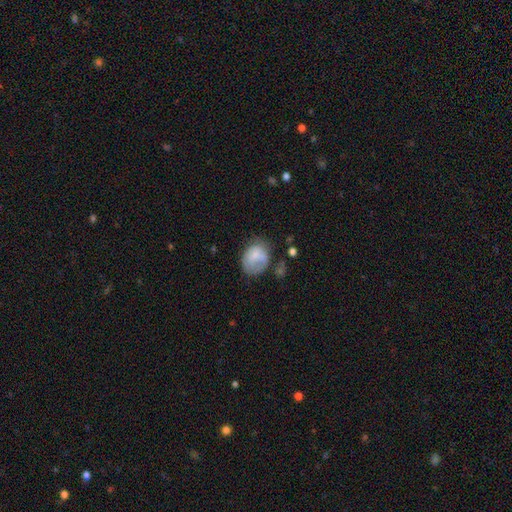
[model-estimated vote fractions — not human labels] Q: Smooth or featured?
A: smooth (68%); runner-up: featured or disk (23%)
Q: How rounded?
A: in between (54%); runner-up: round (45%)
Q: Merging?
A: none (41%); runner-up: minor disturbance (31%)